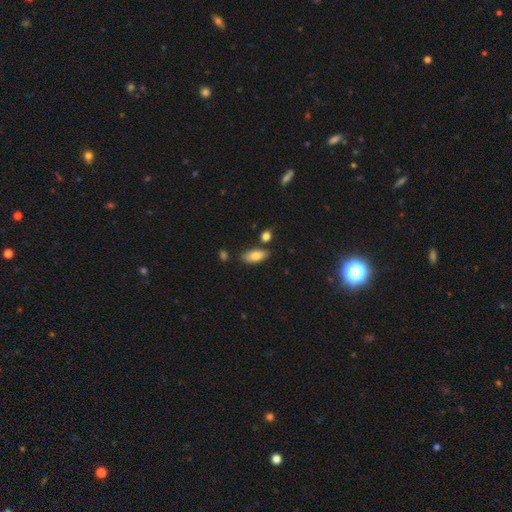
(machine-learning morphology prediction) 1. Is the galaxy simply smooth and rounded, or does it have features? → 80% smooth, 13% featured or disk, 7% star or artifact.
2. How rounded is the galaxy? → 89% in between, 8% cigar-shaped, 3% round.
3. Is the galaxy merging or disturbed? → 76% none, 13% minor disturbance, 7% merger, 3% major disturbance.